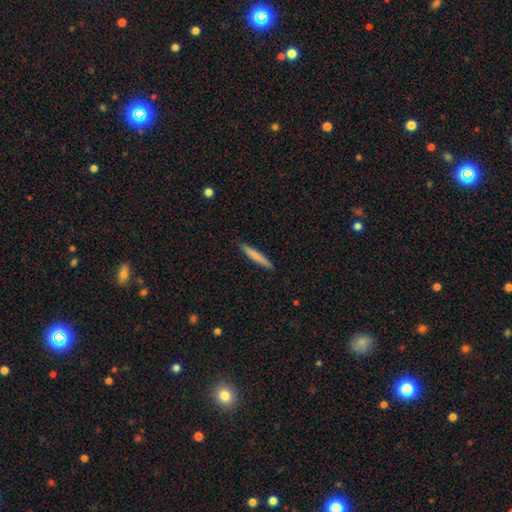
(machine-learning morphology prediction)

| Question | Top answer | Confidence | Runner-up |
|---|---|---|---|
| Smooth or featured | smooth | 73% | featured or disk (22%) |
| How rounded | cigar-shaped | 95% | in between (4%) |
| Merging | none | 90% | minor disturbance (7%) |